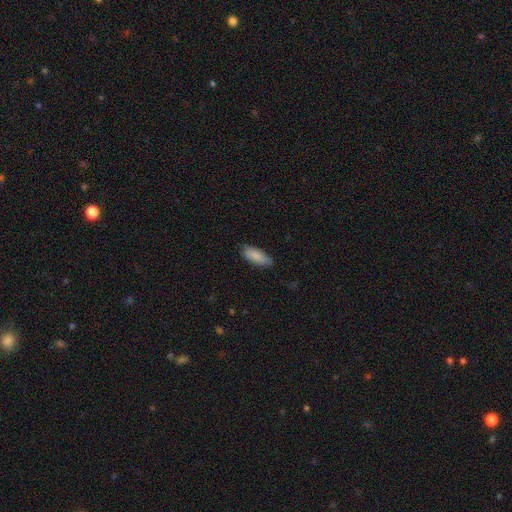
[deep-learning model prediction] This is clearly a smooth galaxy (85%). How rounded: likely in between (79%). Merging: likely none (78%).